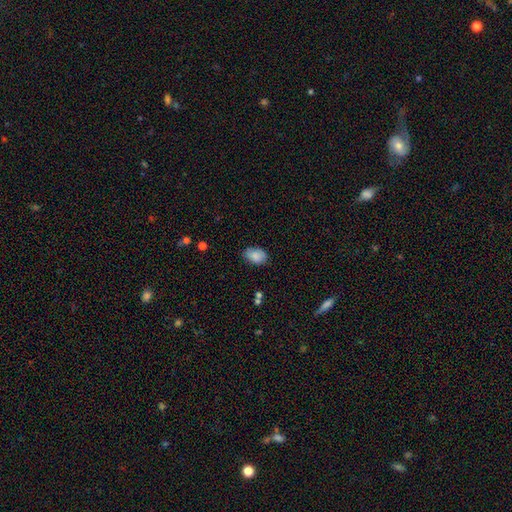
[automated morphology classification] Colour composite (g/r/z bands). It shows a smooth galaxy with no disk features (85%) that is in between round and cigar-shaped (87%). Merging: none (77%).